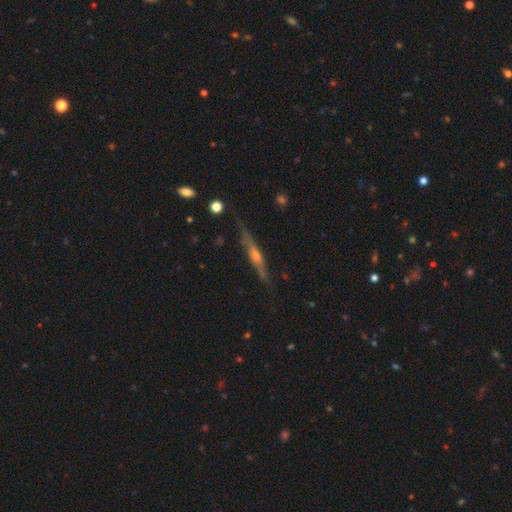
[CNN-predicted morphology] This appears to be a featured or disk galaxy (72%) viewed edge-on (95%) with a rounded central bulge (73%). Merging: none (80%).